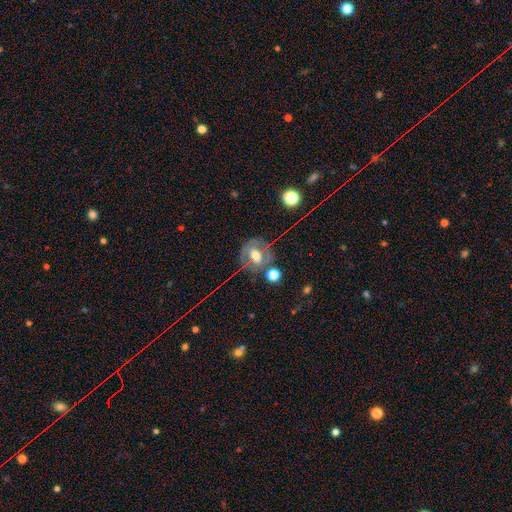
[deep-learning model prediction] Smooth or featured?
  - featured or disk: 46% *
  - smooth: 40%
  - star or artifact: 14%
Merging?
  - none: 58% *
  - minor disturbance: 20%
  - major disturbance: 11%
  - merger: 10%